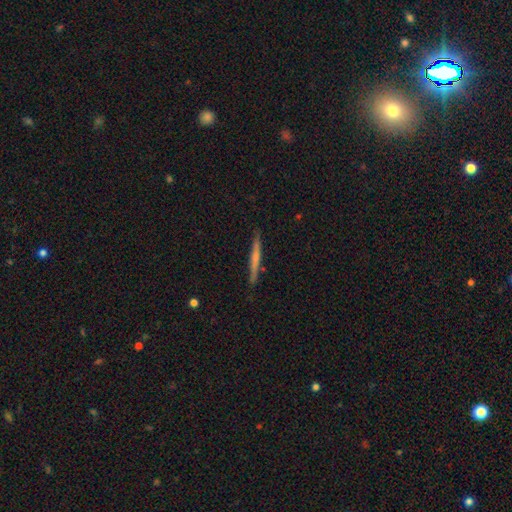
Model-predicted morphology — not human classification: This is possibly a featured or disk galaxy (48%). Merging: clearly none (89%).